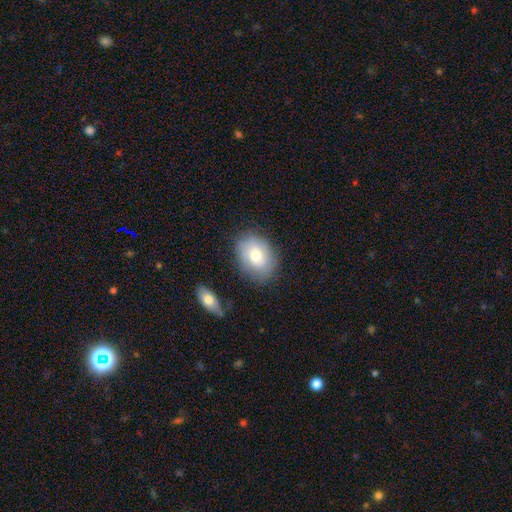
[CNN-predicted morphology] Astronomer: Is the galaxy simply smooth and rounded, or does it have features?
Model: smooth — 64%.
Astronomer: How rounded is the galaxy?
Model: in between — 69%.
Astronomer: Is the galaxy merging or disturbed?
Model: none — 75%.